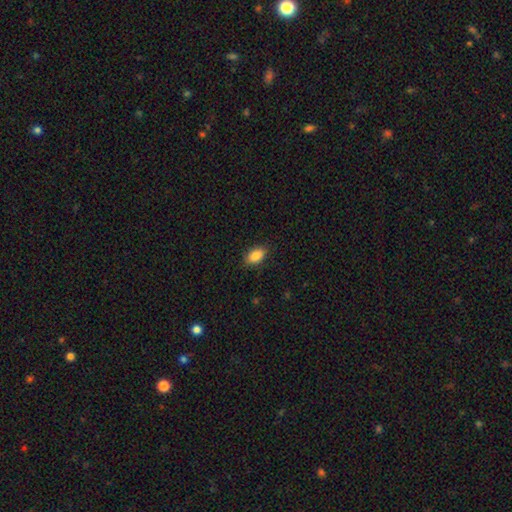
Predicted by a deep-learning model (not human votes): This is clearly a smooth galaxy (87%). How rounded: clearly in between (90%). Merging: clearly none (85%).